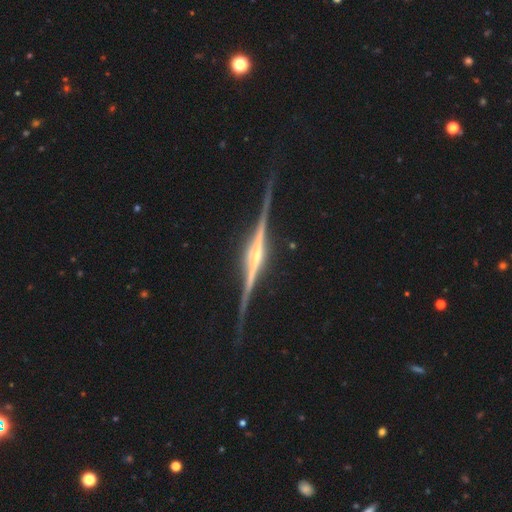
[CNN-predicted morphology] smooth-or-featured: featured or disk: 91% | star or artifact: 5% | smooth: 4%
  disk-edge-on: yes: 98% | no: 2%
    edge-on-bulge: rounded: 75% | boxy: 15% | none: 10%
  merging: none: 87% | minor disturbance: 9% | major disturbance: 2% | merger: 2%